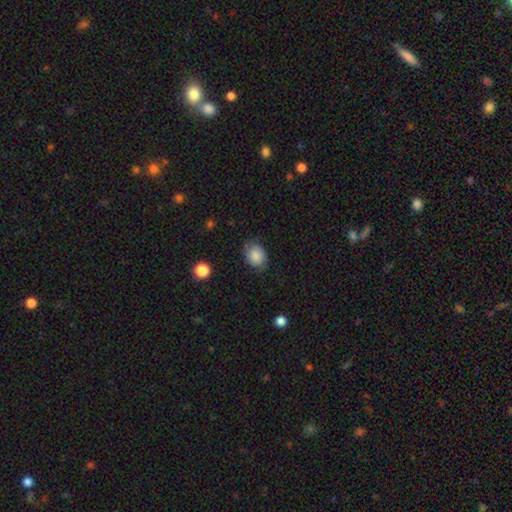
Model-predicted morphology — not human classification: A smooth galaxy with no disk features (80%) that is in between round and cigar-shaped (56%).

Vote fractions:
- Smooth or featured? smooth: 80% / featured or disk: 11% / star or artifact: 8%
- How rounded? in between: 56% / round: 43% / cigar-shaped: 1%
- Merging? none: 71% / minor disturbance: 22% / major disturbance: 5% / merger: 1%